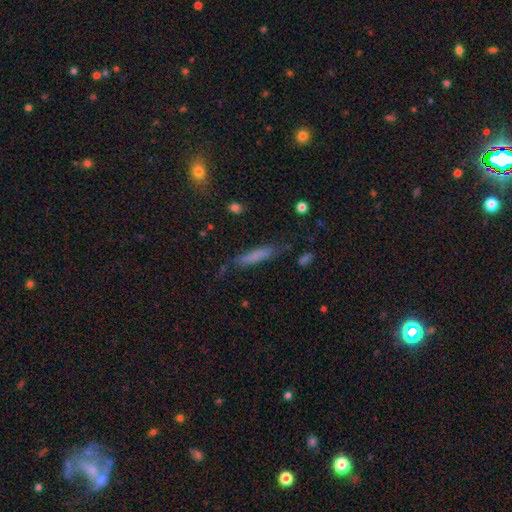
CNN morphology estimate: smooth 71%, featured or disk 20%, star or artifact 9%. Down the decision tree: how rounded — cigar-shaped (87%); merging — none (69%).